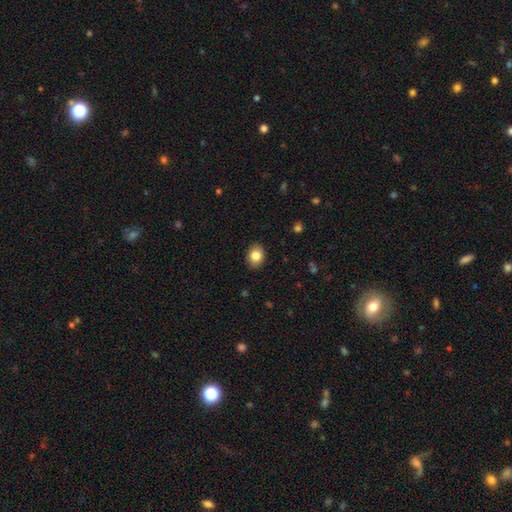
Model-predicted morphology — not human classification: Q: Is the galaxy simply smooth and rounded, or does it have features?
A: smooth — 84%.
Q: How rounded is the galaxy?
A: in between — 60%.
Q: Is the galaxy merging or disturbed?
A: none — 89%.